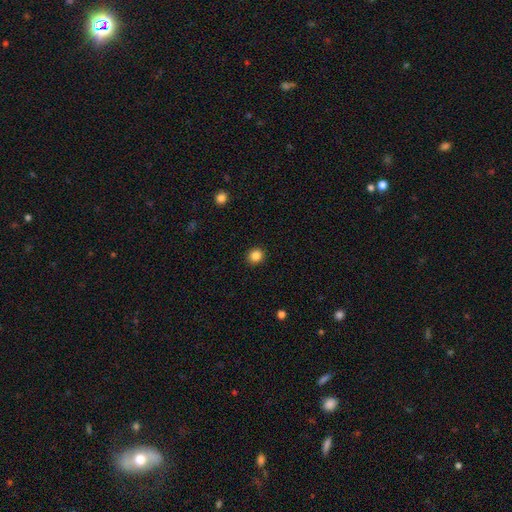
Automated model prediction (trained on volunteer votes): smooth-or-featured: smooth: 86% | star or artifact: 11% | featured or disk: 3%
  how-rounded: round: 84% | in between: 15% | cigar-shaped: 1%
  merging: none: 92% | minor disturbance: 5% | major disturbance: 2% | merger: 1%